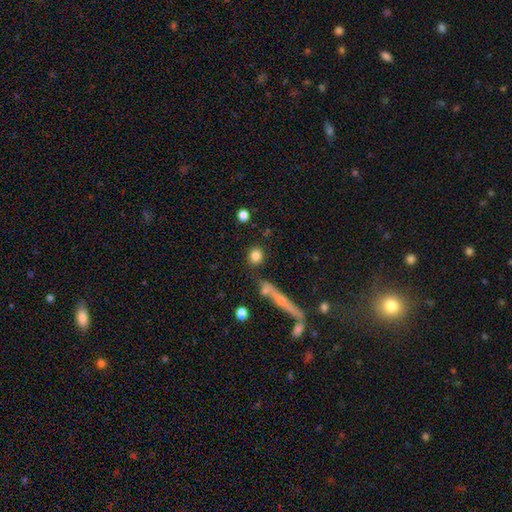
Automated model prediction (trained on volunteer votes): A smooth galaxy with no disk features (81%) that is round (80%).

Vote fractions:
- Smooth or featured? smooth: 81% / featured or disk: 9% / star or artifact: 9%
- How rounded? round: 80% / in between: 16% / cigar-shaped: 4%
- Merging? none: 83% / minor disturbance: 8% / merger: 6% / major disturbance: 3%